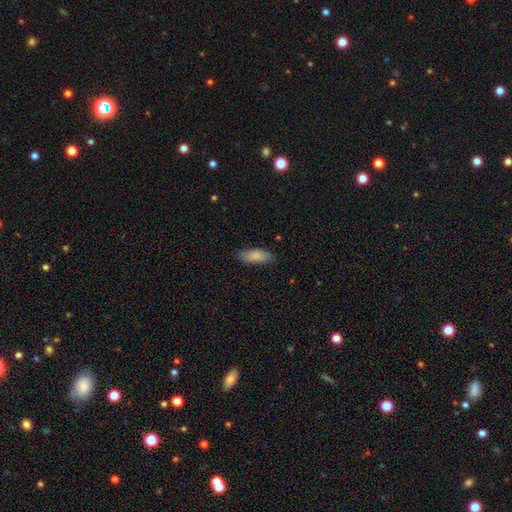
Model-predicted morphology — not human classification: A smooth galaxy with no disk features (84%) that is in between round and cigar-shaped (71%). Merging: none (84%).